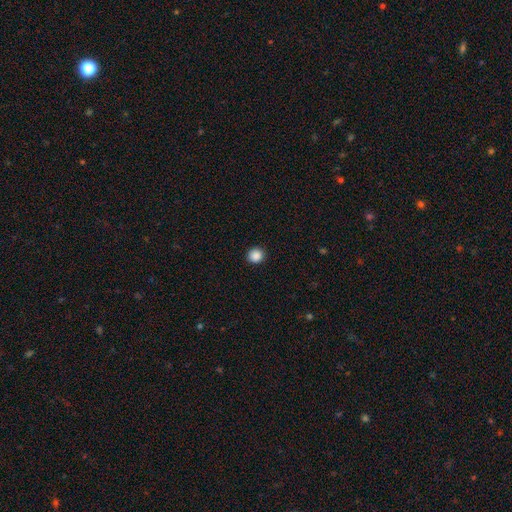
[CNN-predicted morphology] Smooth or featured? smooth (88%)
How rounded? round (91%)
Merging? none (92%)